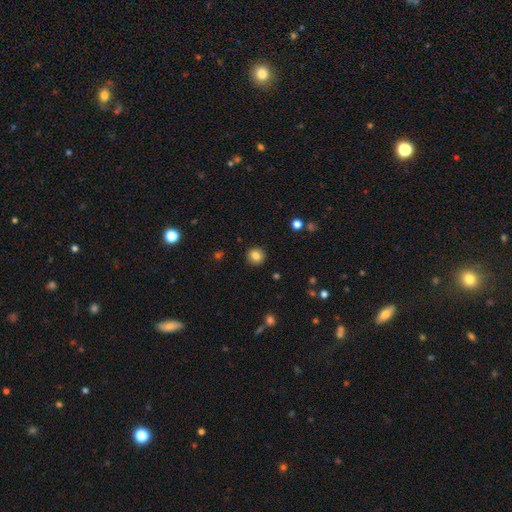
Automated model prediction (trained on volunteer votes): Smooth or featured?
  - smooth: 83% *
  - star or artifact: 10%
  - featured or disk: 7%
How rounded?
  - round: 93% *
  - in between: 6%
  - cigar-shaped: 1%
Merging?
  - none: 92% *
  - minor disturbance: 5%
  - major disturbance: 2%
  - merger: 1%